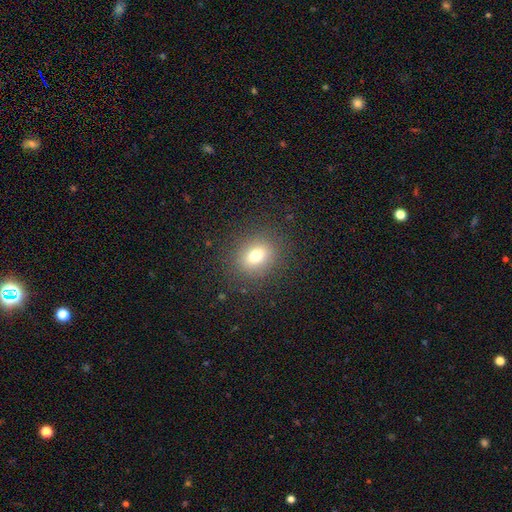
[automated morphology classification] Q: Smooth or featured?
A: smooth (73%); runner-up: star or artifact (15%)
Q: How rounded?
A: round (63%); runner-up: in between (36%)
Q: Merging?
A: none (86%); runner-up: minor disturbance (8%)